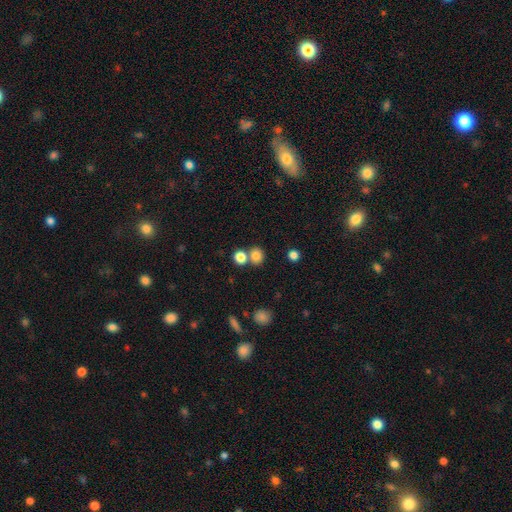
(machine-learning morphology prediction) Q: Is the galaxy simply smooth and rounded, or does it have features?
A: smooth — 81%.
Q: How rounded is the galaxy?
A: round — 79%.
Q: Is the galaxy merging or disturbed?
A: none — 60%.